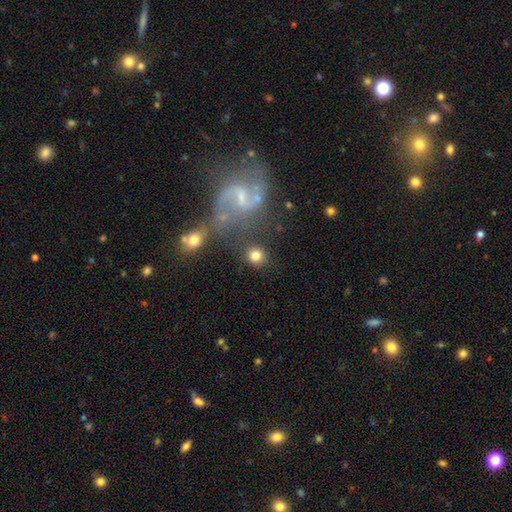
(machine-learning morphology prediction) type=smooth (79%); roundness=round (85%); merging=none (78%).